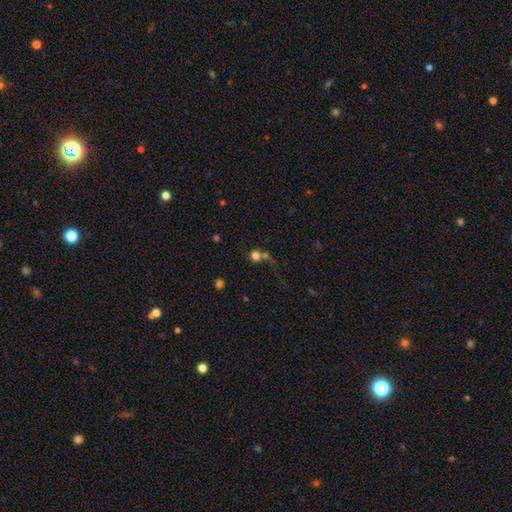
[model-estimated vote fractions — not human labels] The model was most divided on "merging": merger: 42%, none: 38%, major disturbance: 12%, minor disturbance: 9%. More confident: how rounded — round (84%); smooth or featured — smooth (72%).